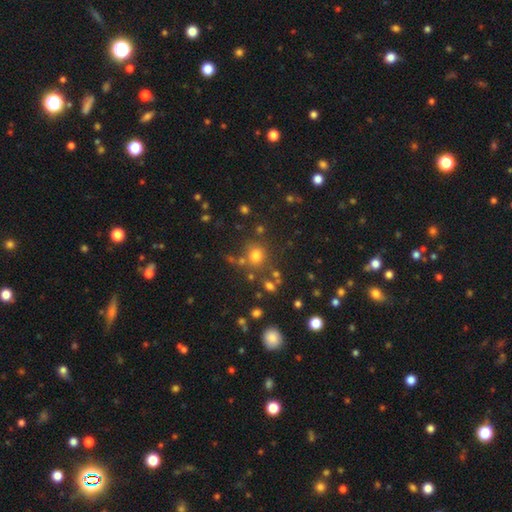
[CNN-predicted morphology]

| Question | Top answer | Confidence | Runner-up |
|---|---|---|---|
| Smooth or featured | smooth | 71% | star or artifact (21%) |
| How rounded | round | 84% | in between (15%) |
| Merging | none | 73% | merger (11%) |